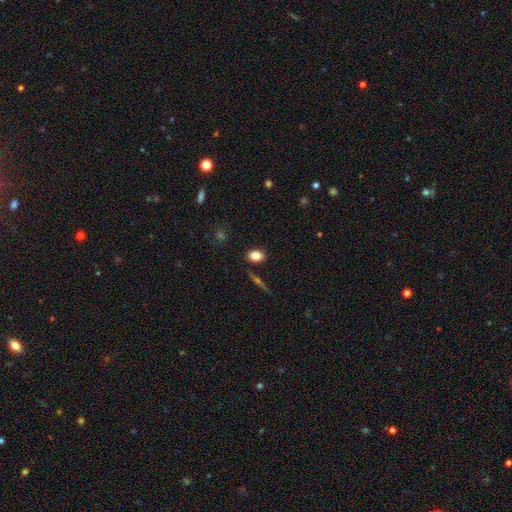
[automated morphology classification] Smooth or featured?
  - smooth: 82% *
  - featured or disk: 9%
  - star or artifact: 9%
How rounded?
  - in between: 75% *
  - round: 23%
  - cigar-shaped: 3%
Merging?
  - none: 85% *
  - minor disturbance: 9%
  - merger: 3%
  - major disturbance: 2%